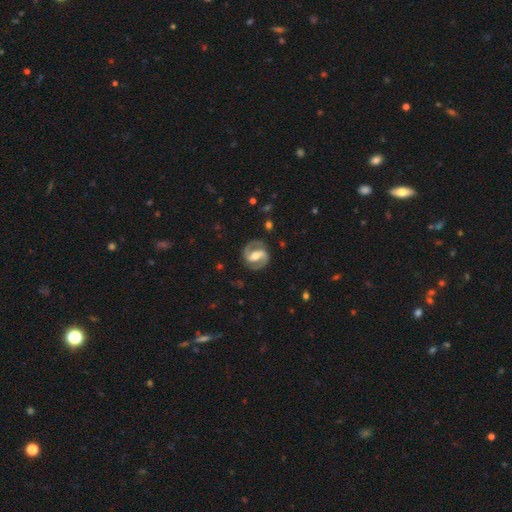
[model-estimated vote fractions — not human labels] The model was most divided on "bar": strong: 52%, weak: 35%, no: 13%. More confident: edge-on disk — no (98%); spiral arms — yes (95%); spiral arm count — 2 (93%); smooth or featured — featured or disk (88%); merging — none (85%); bulge size — moderate (63%); spiral winding — medium (57%).